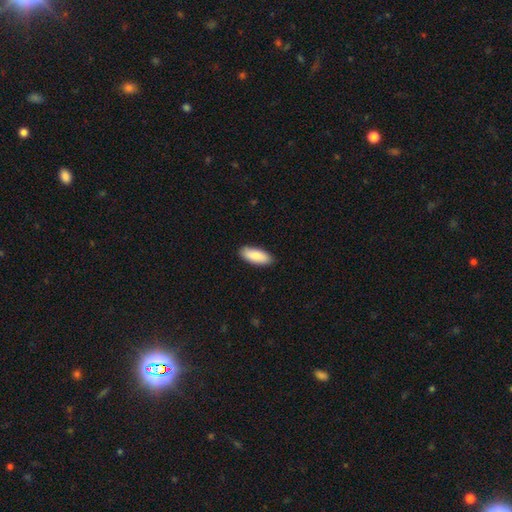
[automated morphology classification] Smooth or featured? smooth (88%)
How rounded? in between (80%)
Merging? none (89%)